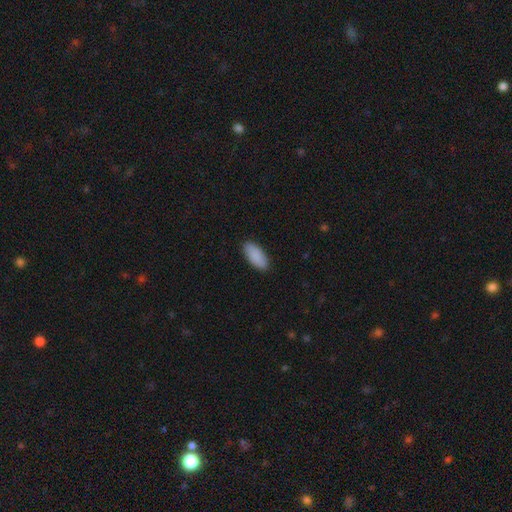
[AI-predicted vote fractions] A smooth galaxy with no disk features (89%) that is in between round and cigar-shaped (89%). Merging: none (87%).